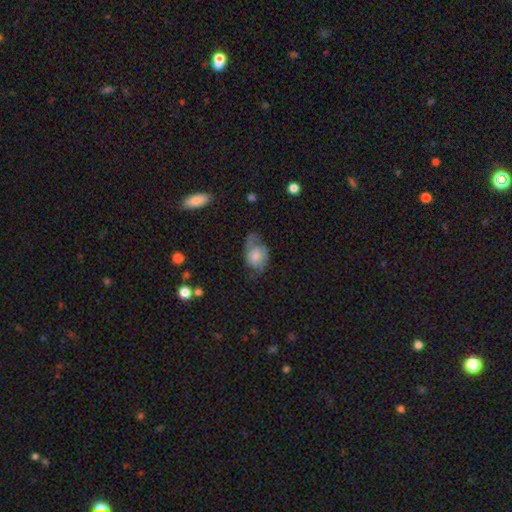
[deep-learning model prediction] This is possibly a featured or disk galaxy (55%). It is clearly not viewed edge-on (97%). Bar: likely no (72%). Spiral arm pattern: clearly yes (85%). Central bulge: marginally moderate (35%). Merging: marginally none (45%).